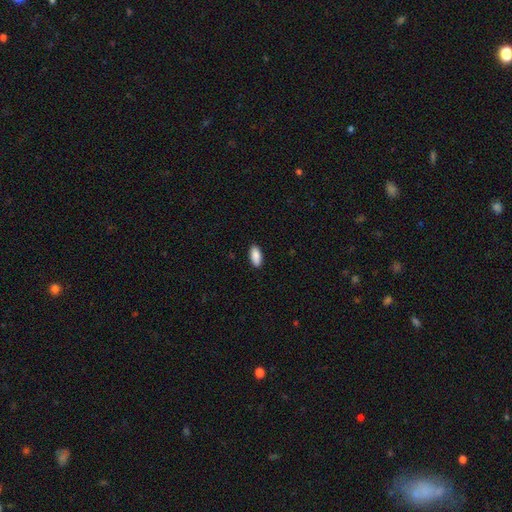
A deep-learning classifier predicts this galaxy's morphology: Smooth or featured? Predicted: smooth (p=0.90). How rounded? Predicted: in between (p=0.90). Merging? Predicted: none (p=0.90).